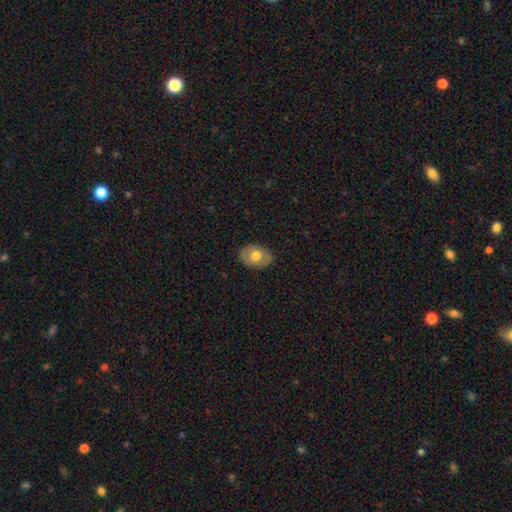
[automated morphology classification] A smooth galaxy with no disk features (60%) that is in between round and cigar-shaped (79%). Merging: none (82%).